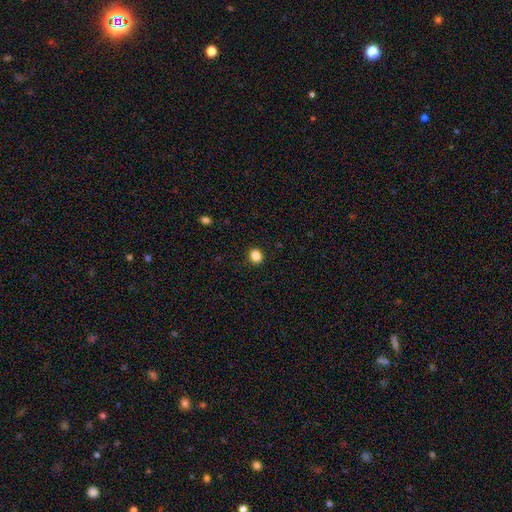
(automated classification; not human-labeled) Smooth or featured? smooth (86%)
How rounded? round (62%)
Merging? none (91%)